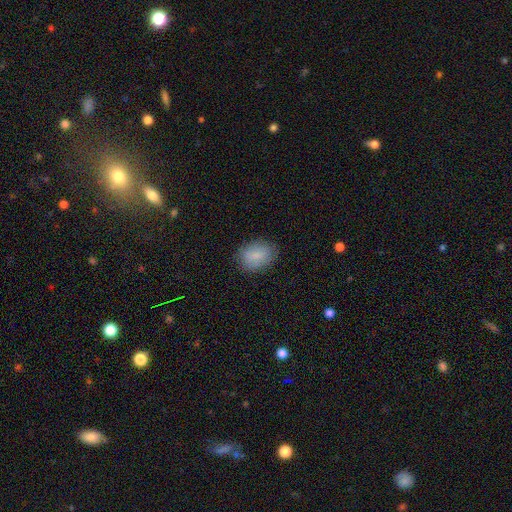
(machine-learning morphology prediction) Smooth or featured? Predicted: smooth (p=0.79). How rounded? Predicted: in between (p=0.74). Merging? Predicted: none (p=0.82).